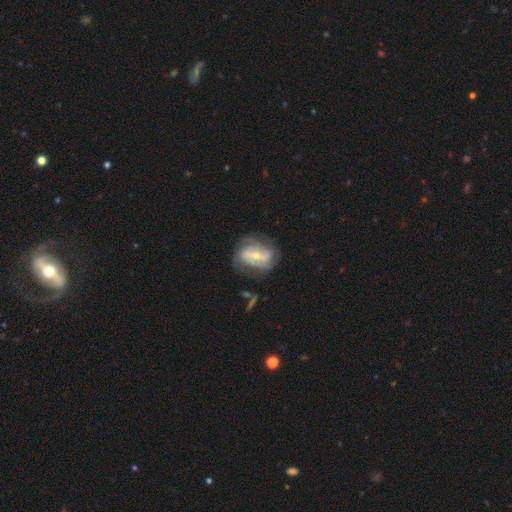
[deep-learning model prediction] Smooth or featured? Predicted: featured or disk (p=0.84). Edge-on disk? Predicted: no (p=0.96). Bar? Predicted: strong (p=0.41, tied with weak). Spiral arms? Predicted: yes (p=0.92). Spiral winding? Predicted: tight (p=0.48). Spiral arm count? Predicted: 2 (p=0.37). Bulge size? Predicted: moderate (p=0.53). Merging? Predicted: none (p=0.68).